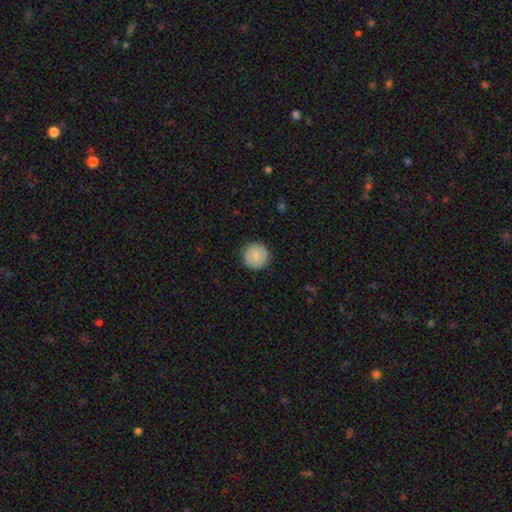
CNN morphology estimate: smooth-or-featured: smooth: 79% | featured or disk: 14% | star or artifact: 7%
  how-rounded: round: 96% | in between: 4% | cigar-shaped: 1%
  merging: none: 91% | minor disturbance: 6% | major disturbance: 2% | merger: 1%